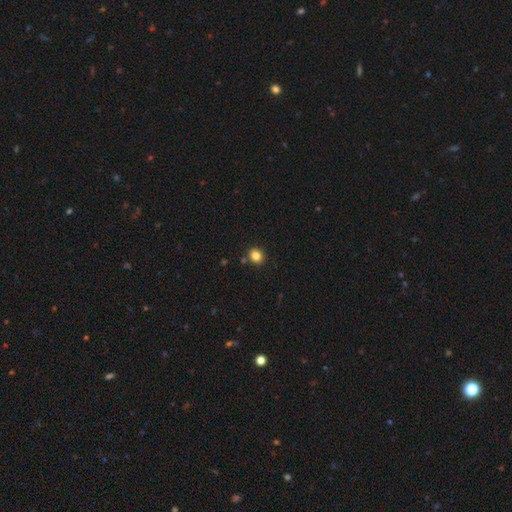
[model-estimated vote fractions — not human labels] A smooth galaxy with no disk features (83%) that is round (75%).

Vote fractions:
- Smooth or featured? smooth: 83% / star or artifact: 12% / featured or disk: 5%
- How rounded? round: 75% / in between: 24% / cigar-shaped: 1%
- Merging? none: 85% / minor disturbance: 8% / merger: 5% / major disturbance: 2%